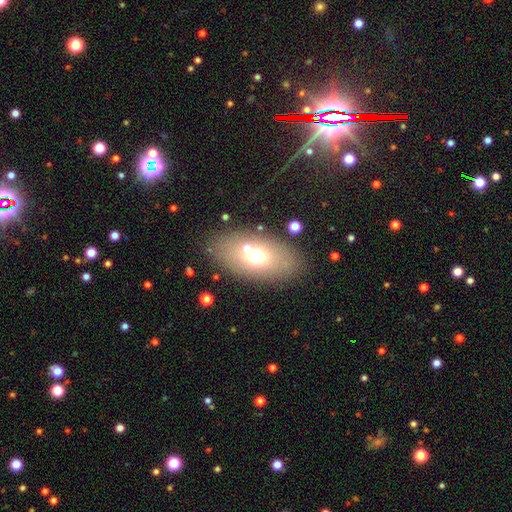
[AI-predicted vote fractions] The model was most divided on "smooth or featured": smooth: 65%, featured or disk: 22%, star or artifact: 13%. More confident: how rounded — in between (85%); merging — none (78%).